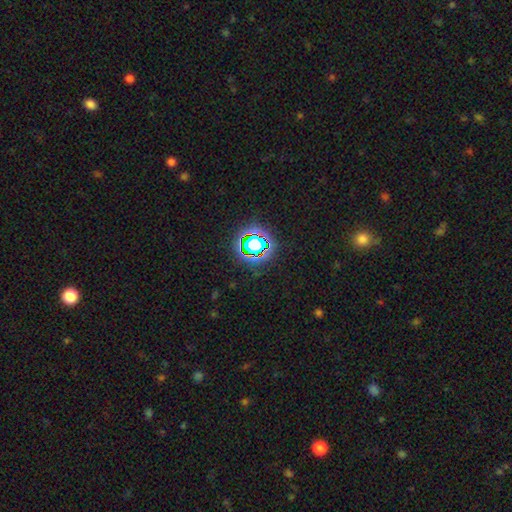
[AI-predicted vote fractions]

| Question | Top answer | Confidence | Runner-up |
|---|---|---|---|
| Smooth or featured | star or artifact | 72% | smooth (18%) |